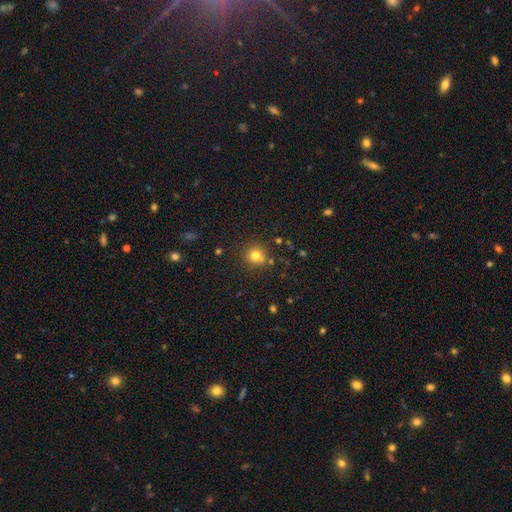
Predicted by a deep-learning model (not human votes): This appears to be a smooth galaxy with no disk features (76%) that is round (91%). Merging: none (77%).